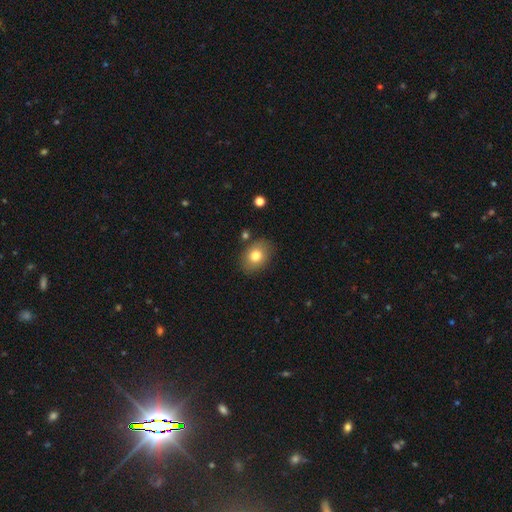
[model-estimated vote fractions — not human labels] This is likely a smooth galaxy (79%). How rounded: likely in between (66%). Merging: clearly none (83%).